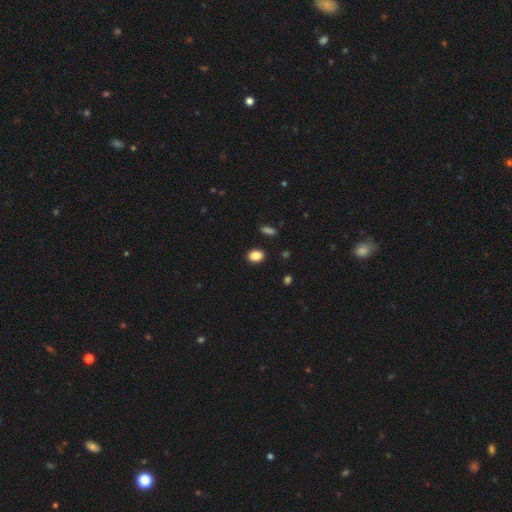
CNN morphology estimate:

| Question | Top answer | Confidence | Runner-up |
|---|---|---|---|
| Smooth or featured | smooth | 87% | star or artifact (9%) |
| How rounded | in between | 63% | round (36%) |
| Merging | none | 90% | minor disturbance (7%) |